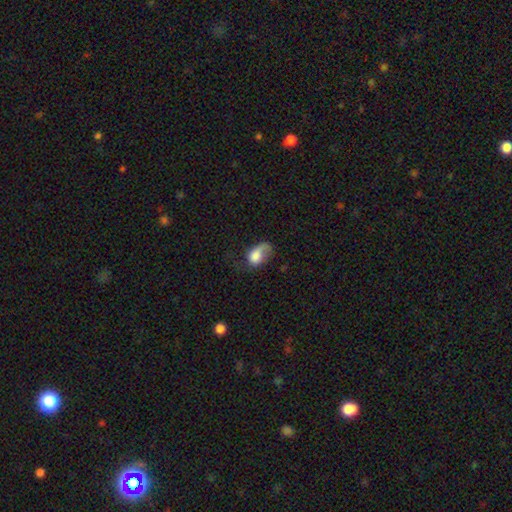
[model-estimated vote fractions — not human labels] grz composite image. It shows a smooth galaxy with no disk features (68%) that is in between round and cigar-shaped (77%). Merging: major disturbance (43%).